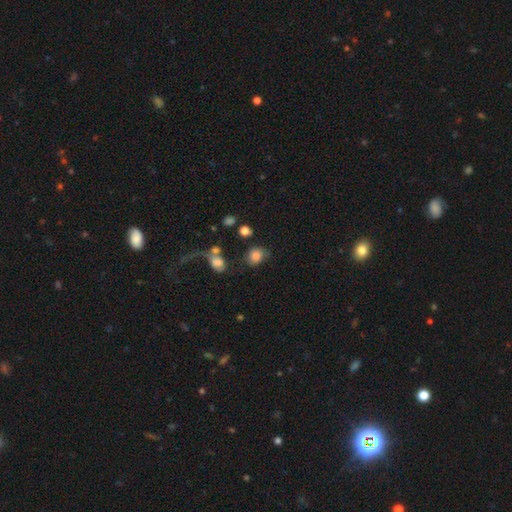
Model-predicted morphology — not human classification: type=smooth (80%); roundness=round (59%); merging=none (58%).